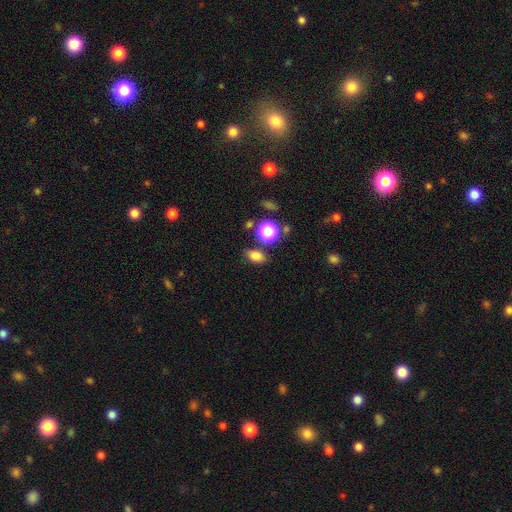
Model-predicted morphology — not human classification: Overall: smooth (78%). How rounded: in between (76%). Merging: none (76%).